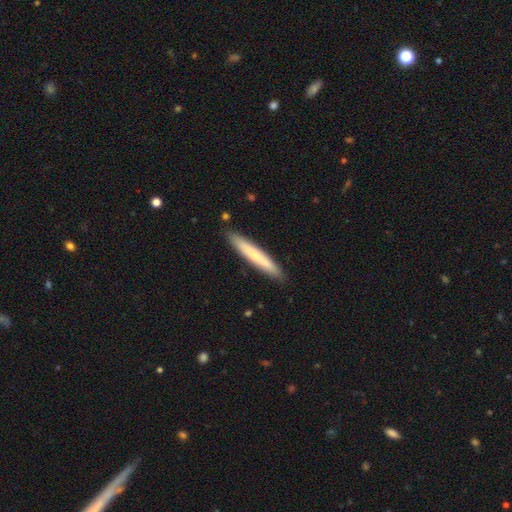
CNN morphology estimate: A smooth galaxy with no disk features (66%) that is cigar-shaped (95%). Merging: none (90%).